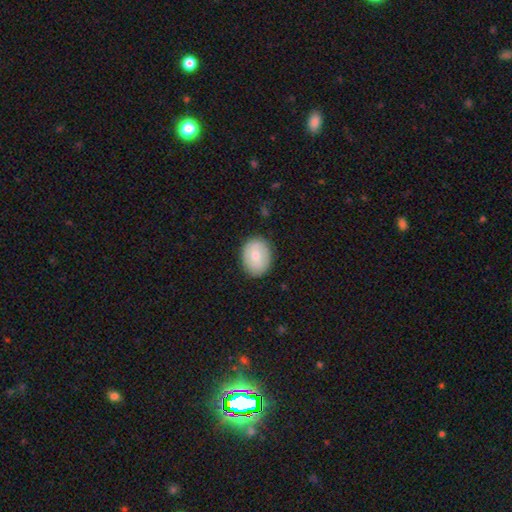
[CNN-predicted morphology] Smooth or featured? smooth (70%)
How rounded? in between (58%)
Merging? none (85%)